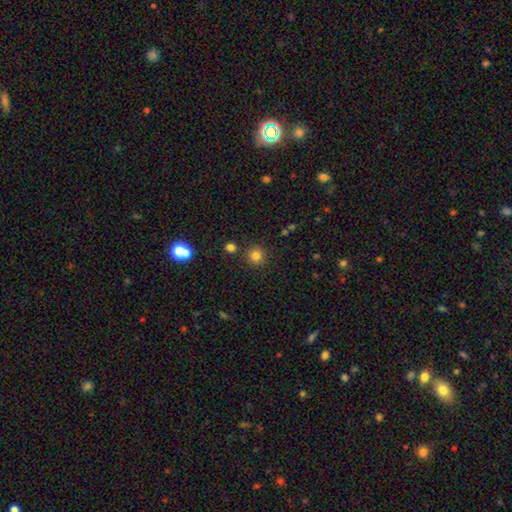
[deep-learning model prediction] smooth 80%, star or artifact 14%, featured or disk 5%. Down the decision tree: how rounded — round (94%); merging — none (87%).